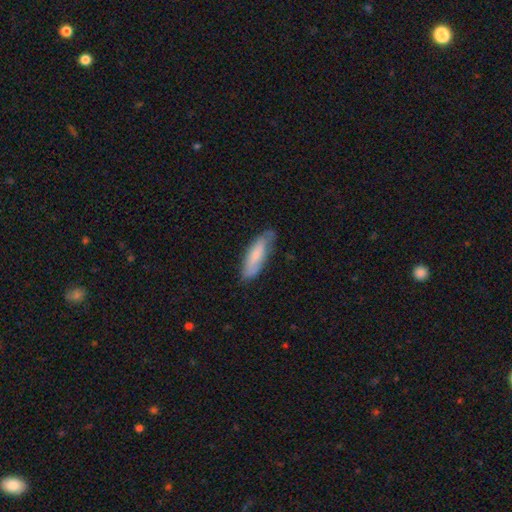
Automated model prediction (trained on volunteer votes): A smooth galaxy with no disk features (75%) that is cigar-shaped (51%).

Vote fractions:
- Smooth or featured? smooth: 75% / featured or disk: 19% / star or artifact: 6%
- How rounded? cigar-shaped: 51% / in between: 48% / round: 1%
- Merging? none: 66% / minor disturbance: 26% / major disturbance: 6% / merger: 2%